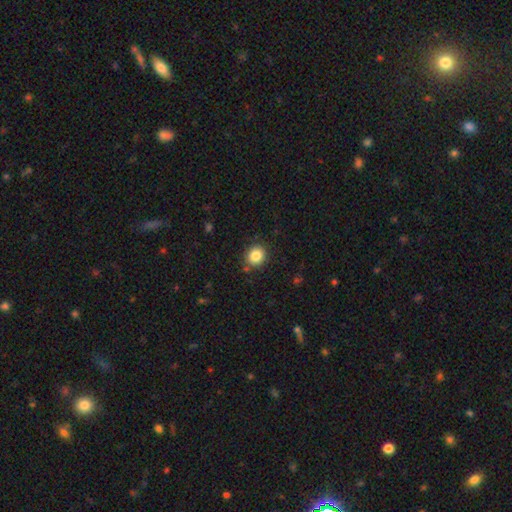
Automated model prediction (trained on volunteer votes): Smooth or featured?
  - smooth: 84% *
  - star or artifact: 10%
  - featured or disk: 5%
How rounded?
  - round: 81% *
  - in between: 18%
  - cigar-shaped: 1%
Merging?
  - none: 87% *
  - minor disturbance: 8%
  - major disturbance: 2%
  - merger: 2%